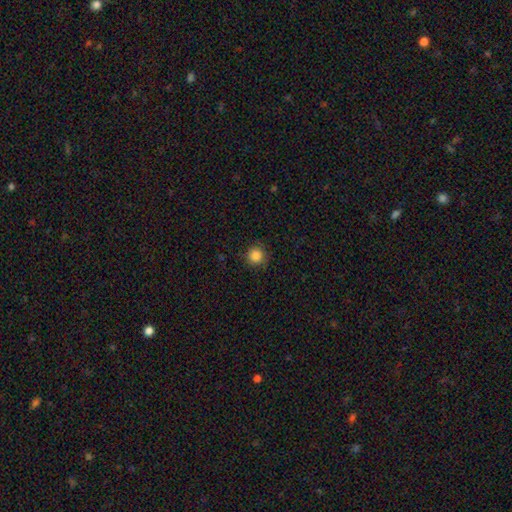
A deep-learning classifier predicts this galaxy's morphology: Smooth or featured? smooth (84%)
How rounded? round (95%)
Merging? none (89%)